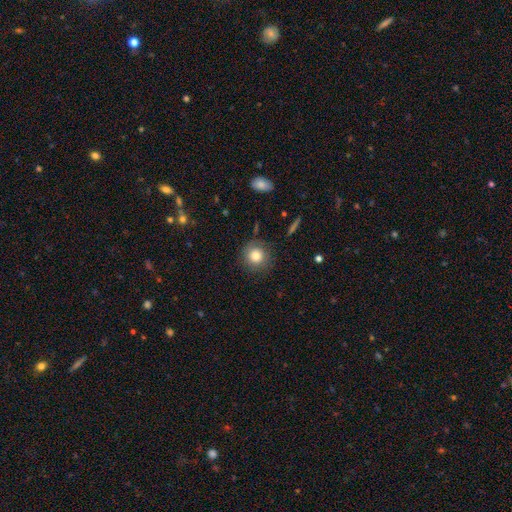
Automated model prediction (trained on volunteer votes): Overall: smooth (81%). How rounded: round (92%). Merging: none (83%).